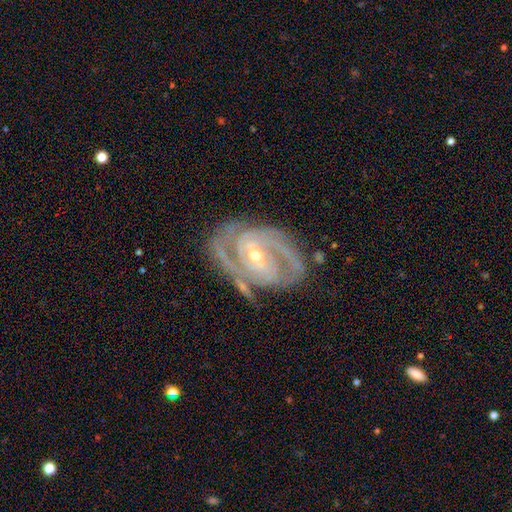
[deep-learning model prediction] Smooth or featured? featured or disk (91%)
Edge-on disk? no (96%)
Bar? weak (38%)
Spiral arms? yes (98%)
Spiral winding? tight (58%)
Spiral arm count? 2 (63%)
Bulge size? small (58%)
Merging? none (71%)